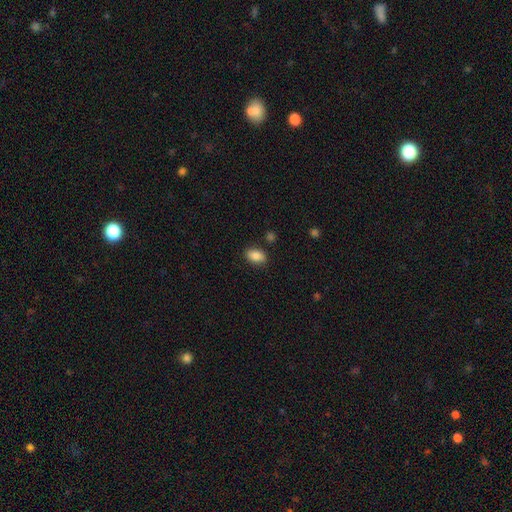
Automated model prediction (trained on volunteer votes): Smooth or featured? Predicted: smooth (p=0.87). How rounded? Predicted: in between (p=0.87). Merging? Predicted: none (p=0.85).